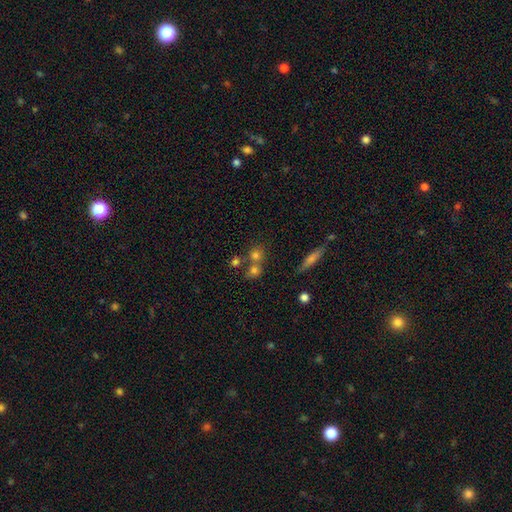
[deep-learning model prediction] smooth 69%, star or artifact 17%, featured or disk 15%. Down the decision tree: how rounded — round (85%); merging — none (49%).